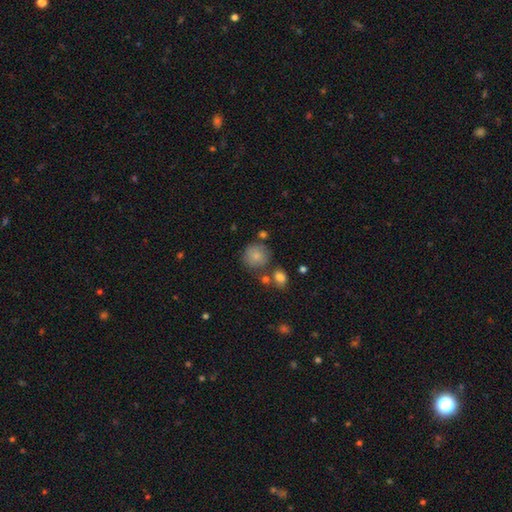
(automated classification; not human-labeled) This is likely a smooth galaxy (80%). How rounded: clearly round (88%). Merging: likely none (66%).